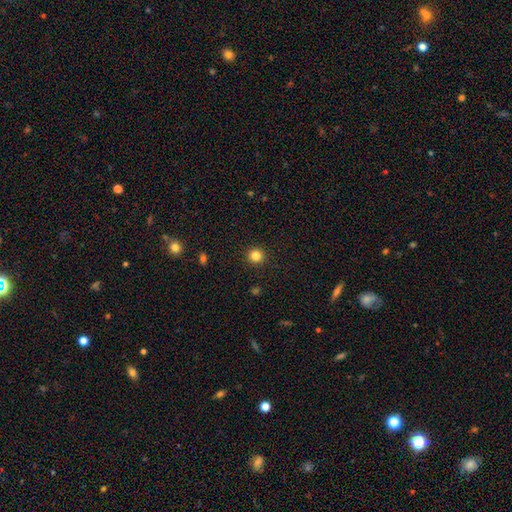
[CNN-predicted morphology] Smooth or featured?
  - smooth: 83% *
  - star or artifact: 12%
  - featured or disk: 4%
How rounded?
  - round: 95% *
  - in between: 4%
  - cigar-shaped: 1%
Merging?
  - none: 93% *
  - minor disturbance: 4%
  - major disturbance: 2%
  - merger: 1%